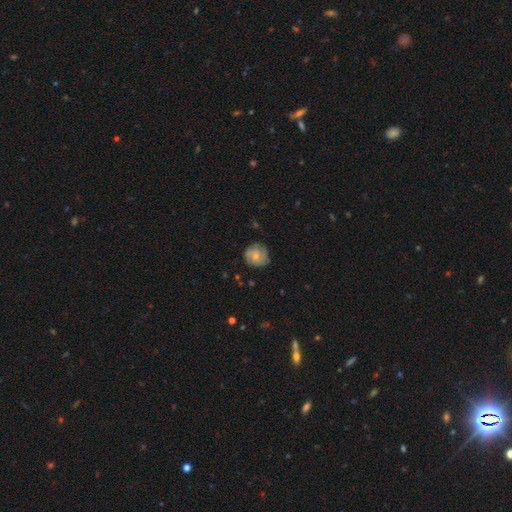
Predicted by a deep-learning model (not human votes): smooth_or_featured: smooth (p=0.54) [alt: featured or disk p=0.39]
how_rounded: round (p=0.87) [alt: in between p=0.12]
merging: none (p=0.74) [alt: minor disturbance p=0.21]